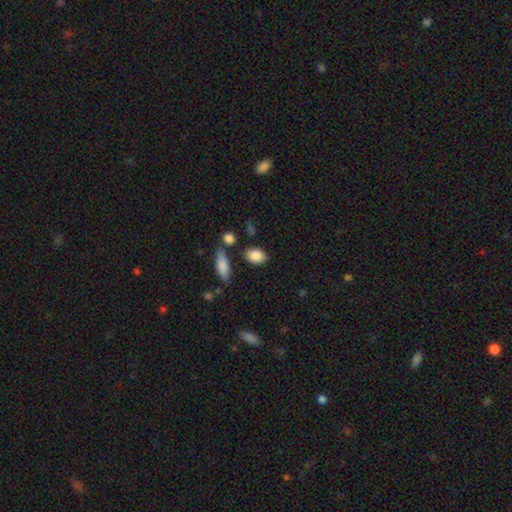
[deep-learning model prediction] Smooth or featured? Predicted: smooth (p=0.86). How rounded? Predicted: in between (p=0.80). Merging? Predicted: none (p=0.78).